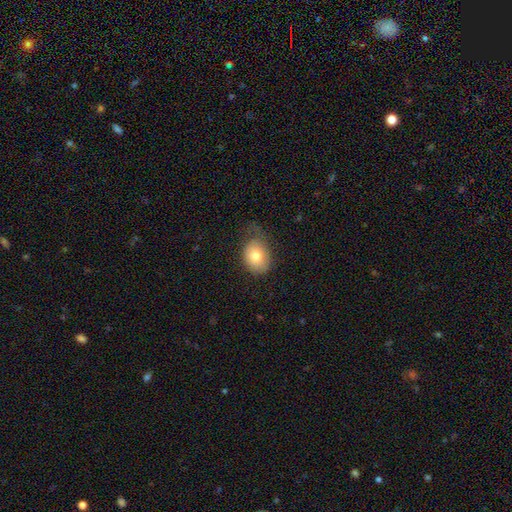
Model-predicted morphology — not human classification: A smooth galaxy with no disk features (77%) that is in between round and cigar-shaped (63%).

Vote fractions:
- Smooth or featured? smooth: 77% / featured or disk: 15% / star or artifact: 8%
- How rounded? in between: 63% / round: 36% / cigar-shaped: 1%
- Merging? none: 52% / minor disturbance: 32% / major disturbance: 15% / merger: 2%